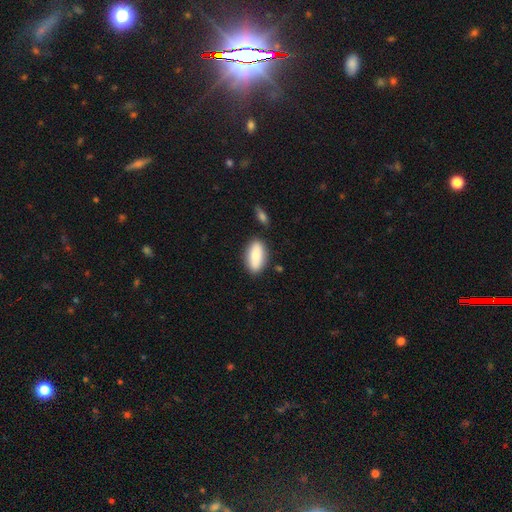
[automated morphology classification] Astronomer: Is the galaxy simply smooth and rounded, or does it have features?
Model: smooth — 84%.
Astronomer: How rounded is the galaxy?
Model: in between — 85%.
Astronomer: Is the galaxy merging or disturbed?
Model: none — 81%.